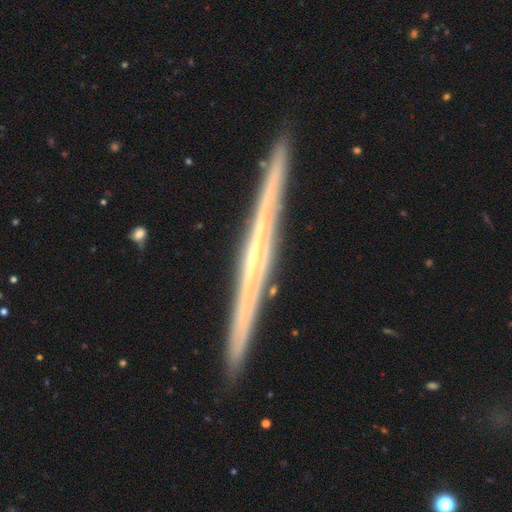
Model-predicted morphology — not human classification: type=featured or disk (78%); edge-on=yes (98%); edge-on bulge=none (74%); merging=none (91%).